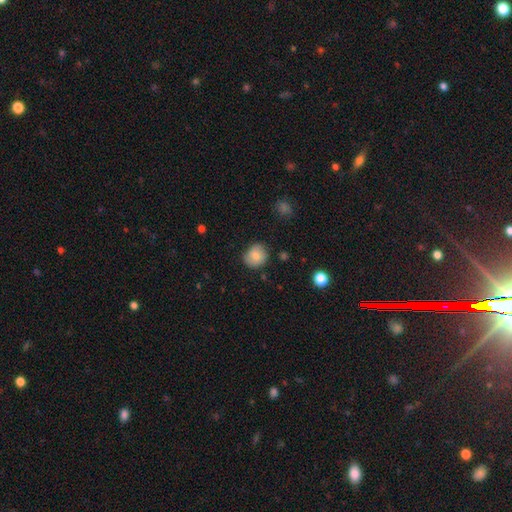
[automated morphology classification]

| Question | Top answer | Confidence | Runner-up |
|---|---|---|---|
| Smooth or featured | smooth | 75% | featured or disk (16%) |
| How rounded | round | 78% | in between (21%) |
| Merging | none | 75% | minor disturbance (20%) |